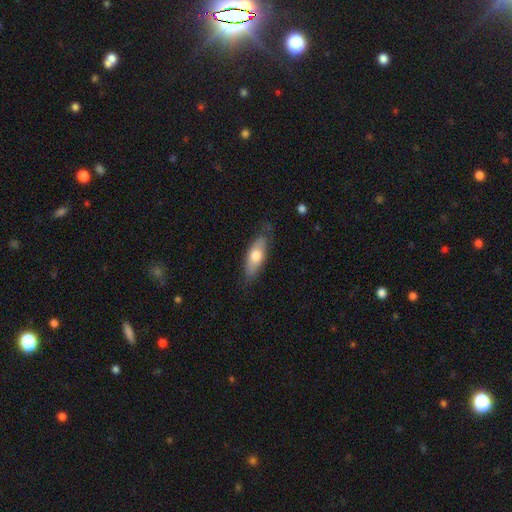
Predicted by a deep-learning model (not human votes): smooth 64%, featured or disk 31%, star or artifact 6%. Down the decision tree: how rounded — in between (68%); merging — none (73%).